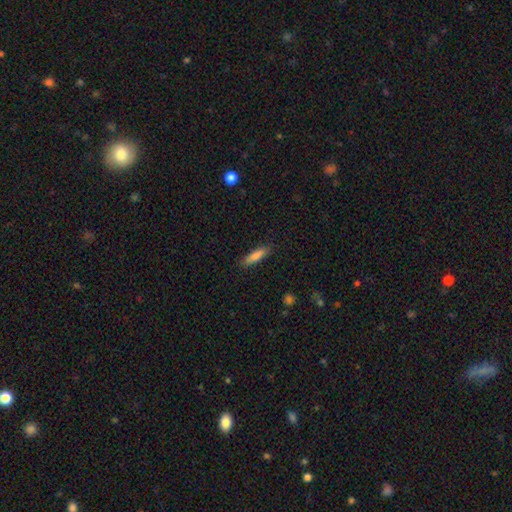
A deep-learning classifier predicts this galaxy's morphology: This appears to be a smooth galaxy with no disk features (79%) that is cigar-shaped (72%). Merging: none (87%).